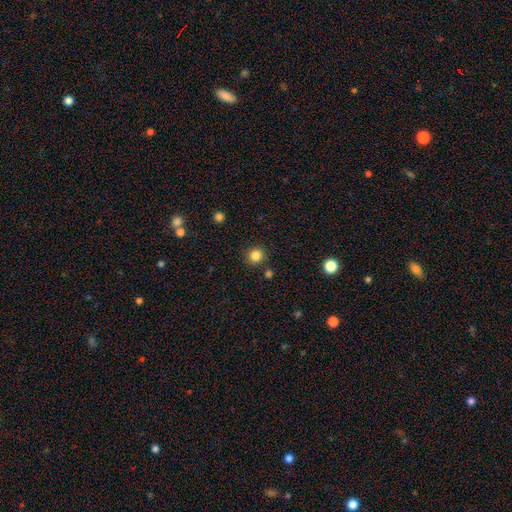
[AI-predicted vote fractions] smooth 83%, star or artifact 12%, featured or disk 4%. Down the decision tree: how rounded — round (92%); merging — none (87%).